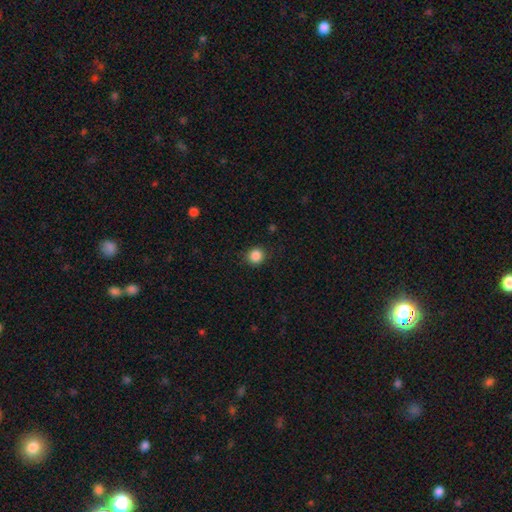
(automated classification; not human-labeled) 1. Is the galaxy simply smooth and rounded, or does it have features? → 87% smooth, 10% star or artifact, 3% featured or disk.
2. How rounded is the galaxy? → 90% round, 9% in between, 1% cigar-shaped.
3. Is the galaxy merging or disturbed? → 89% none, 8% minor disturbance, 2% major disturbance, 1% merger.